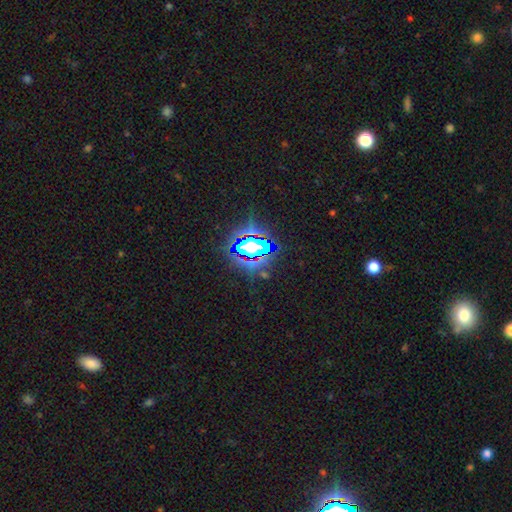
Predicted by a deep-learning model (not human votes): star or artifact 81%, smooth 11%, featured or disk 8%.